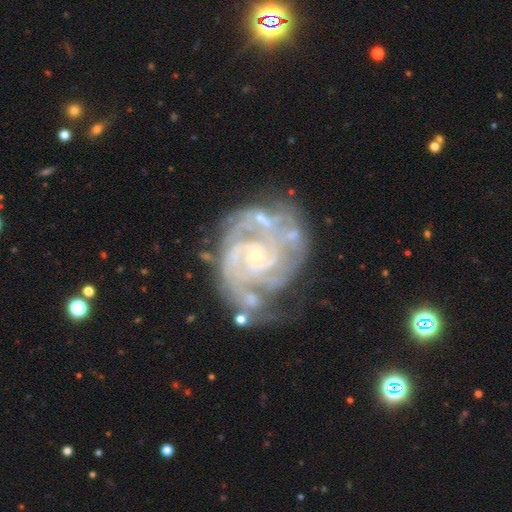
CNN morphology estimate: type=featured or disk (90%); edge-on=no (98%); bar=no (68%); spiral arms=yes (97%); winding=tight (67%); arm count=2 (36%); bulge=small (83%); merging=none (55%).